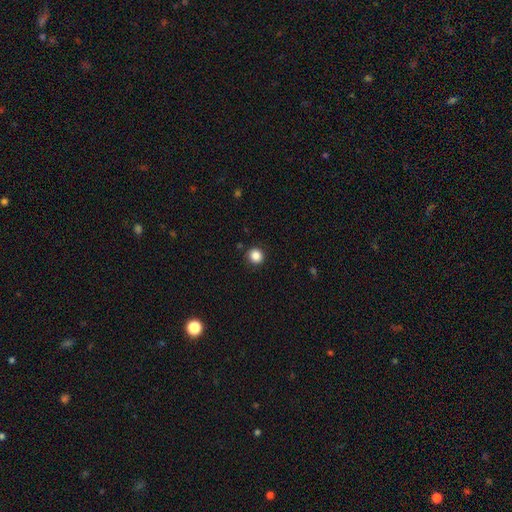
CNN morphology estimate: Overall: smooth (86%). How rounded: round (92%). Merging: none (90%).